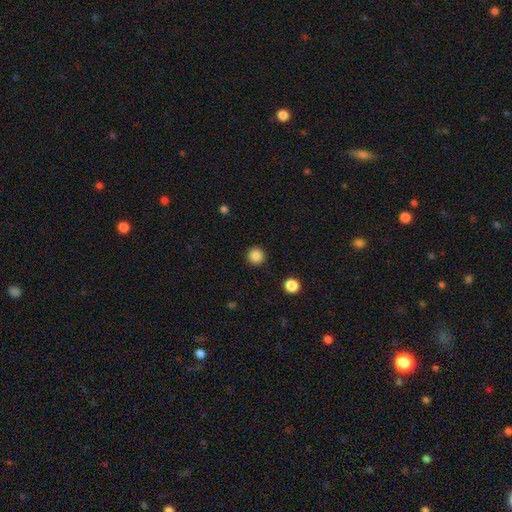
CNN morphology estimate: Overall: smooth (85%). How rounded: round (96%). Merging: none (93%).